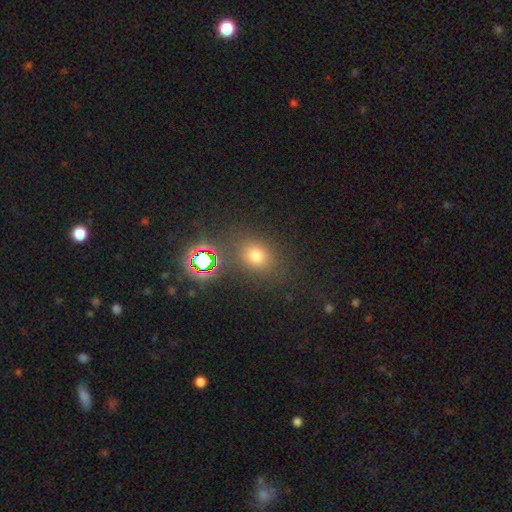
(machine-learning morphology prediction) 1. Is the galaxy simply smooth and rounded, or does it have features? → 66% smooth, 25% star or artifact, 9% featured or disk.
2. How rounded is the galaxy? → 58% round, 40% in between, 1% cigar-shaped.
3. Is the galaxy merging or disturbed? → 80% none, 11% minor disturbance, 5% merger, 5% major disturbance.